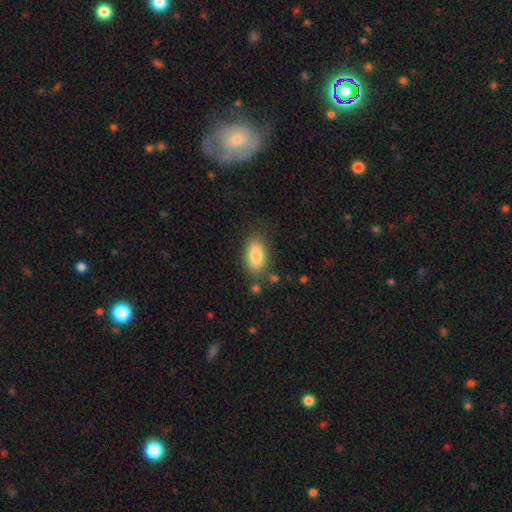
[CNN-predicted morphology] The model was most divided on "merging": none: 78%, minor disturbance: 14%, major disturbance: 4%, merger: 4%. More confident: how rounded — in between (90%); smooth or featured — smooth (84%).